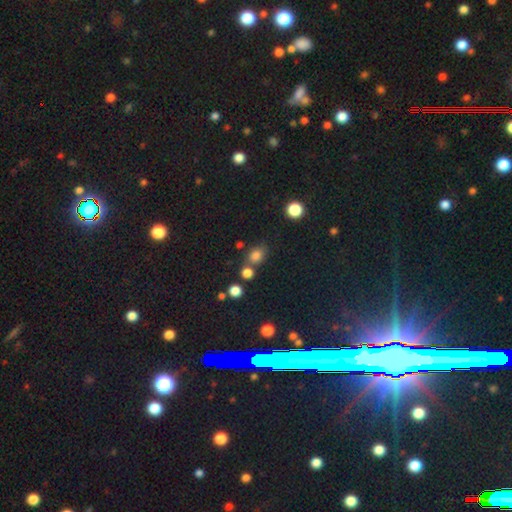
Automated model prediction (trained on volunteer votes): The model was most divided on "how rounded": round: 54%, in between: 44%, cigar-shaped: 1%. More confident: smooth or featured — smooth (78%); merging — none (64%).